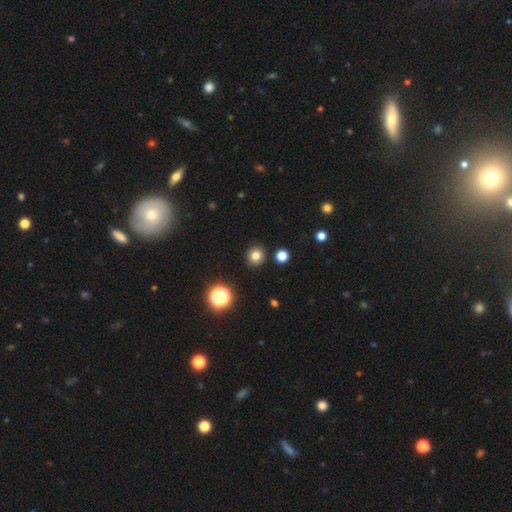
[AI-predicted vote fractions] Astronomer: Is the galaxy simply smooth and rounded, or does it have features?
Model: smooth — 80%.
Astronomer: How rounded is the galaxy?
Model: round — 89%.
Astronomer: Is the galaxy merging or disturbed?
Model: none — 90%.